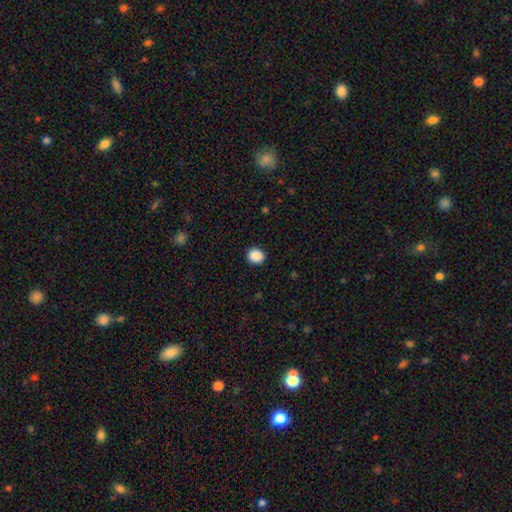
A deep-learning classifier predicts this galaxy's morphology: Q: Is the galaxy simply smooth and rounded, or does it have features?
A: smooth — 89%.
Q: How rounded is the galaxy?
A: round — 80%.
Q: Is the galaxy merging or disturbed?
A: none — 91%.